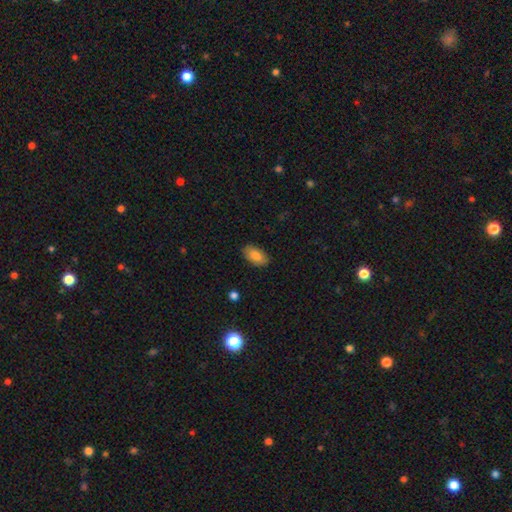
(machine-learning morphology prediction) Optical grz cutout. It shows a smooth galaxy with no disk features (81%) that is in between round and cigar-shaped (94%). Merging: none (86%).